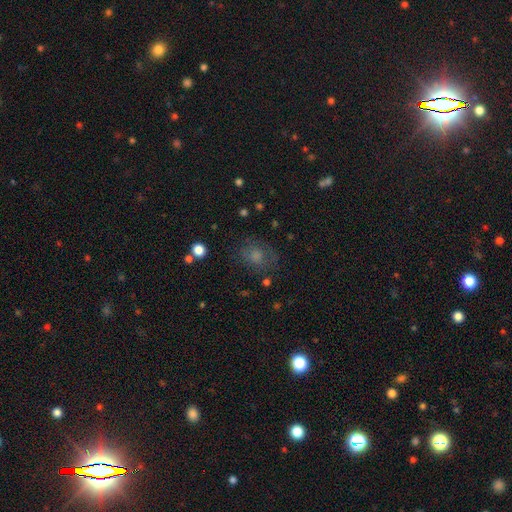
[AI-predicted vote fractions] This appears to be a smooth galaxy with no disk features (63%) that is round (57%). Merging: none (68%).